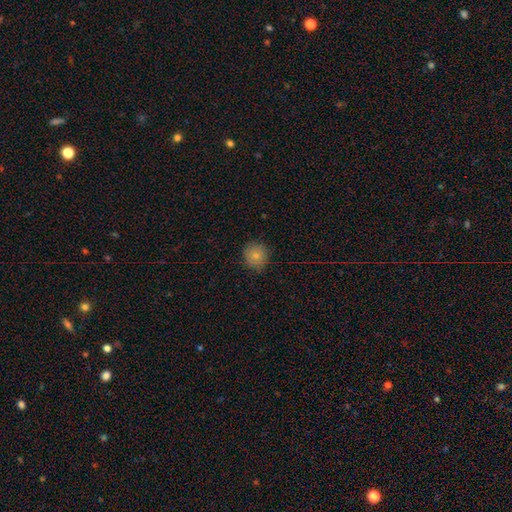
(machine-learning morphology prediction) smooth_or_featured: smooth (p=0.81) [alt: star or artifact p=0.10]
how_rounded: round (p=0.87) [alt: in between p=0.13]
merging: none (p=0.85) [alt: minor disturbance p=0.11]